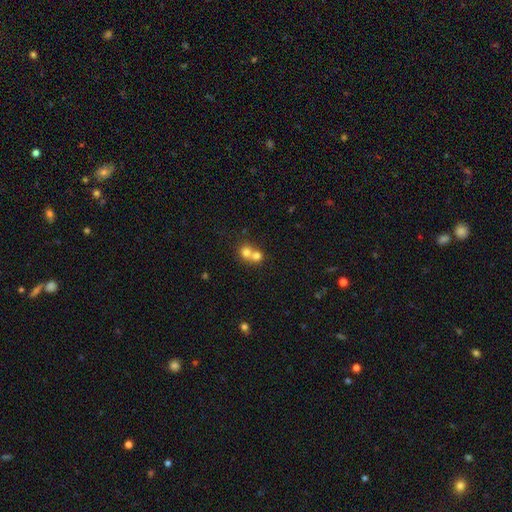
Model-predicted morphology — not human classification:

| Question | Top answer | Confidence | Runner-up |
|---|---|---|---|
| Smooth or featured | smooth | 74% | featured or disk (15%) |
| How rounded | round | 81% | in between (18%) |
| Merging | merger | 66% | none (28%) |